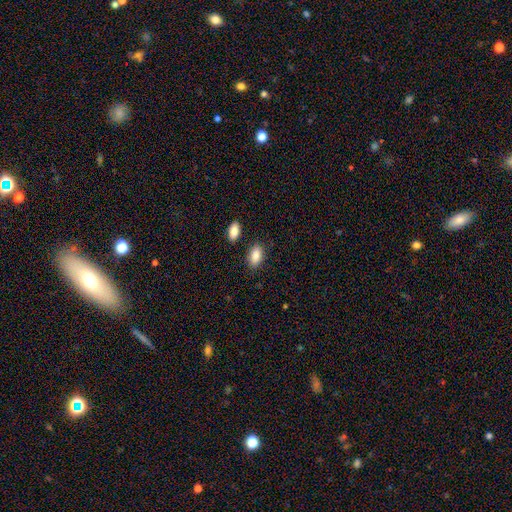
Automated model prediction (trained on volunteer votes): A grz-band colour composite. It shows a smooth galaxy with no disk features (88%) that is in between round and cigar-shaped (92%). Merging: none (83%).